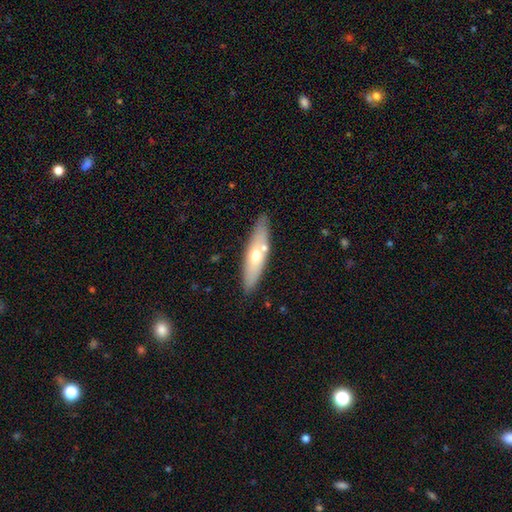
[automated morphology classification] The model was most divided on "smooth or featured": smooth: 52%, featured or disk: 42%, star or artifact: 6%. More confident: merging — none (77%); how rounded — cigar-shaped (59%).